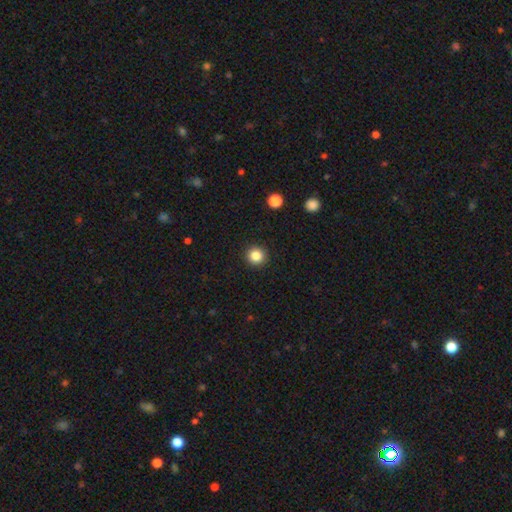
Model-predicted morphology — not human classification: smooth 85%, star or artifact 11%, featured or disk 5%. Down the decision tree: how rounded — round (95%); merging — none (94%).